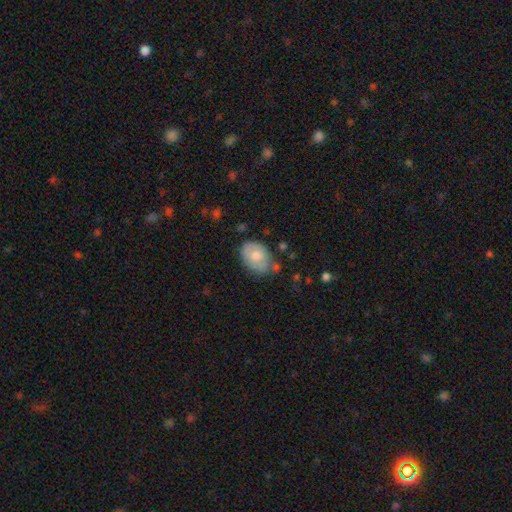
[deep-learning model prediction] A smooth galaxy with no disk features (68%) that is in between round and cigar-shaped (79%). Merging: none (58%).